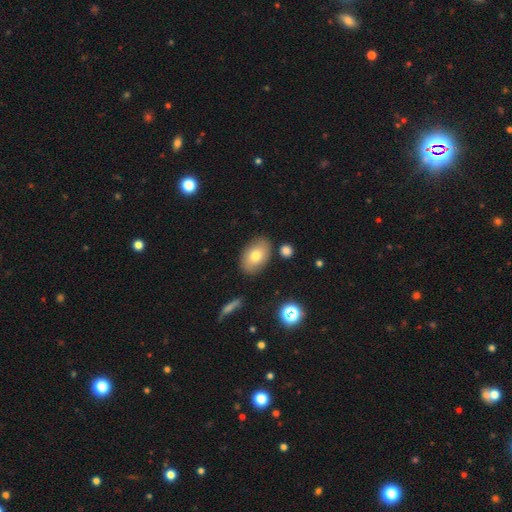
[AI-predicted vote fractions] Smooth or featured?
  - smooth: 74% *
  - featured or disk: 18%
  - star or artifact: 8%
How rounded?
  - in between: 87% *
  - round: 11%
  - cigar-shaped: 1%
Merging?
  - none: 83% *
  - minor disturbance: 11%
  - merger: 4%
  - major disturbance: 3%